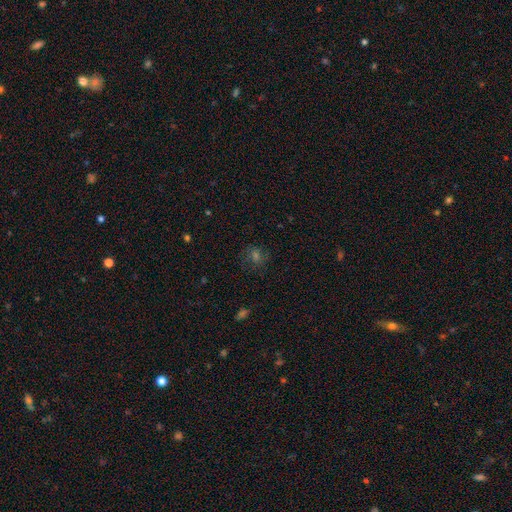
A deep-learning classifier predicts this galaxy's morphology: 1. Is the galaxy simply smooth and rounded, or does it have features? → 44% smooth, 32% star or artifact, 24% featured or disk.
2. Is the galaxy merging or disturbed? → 80% none, 13% minor disturbance, 6% major disturbance, 1% merger.